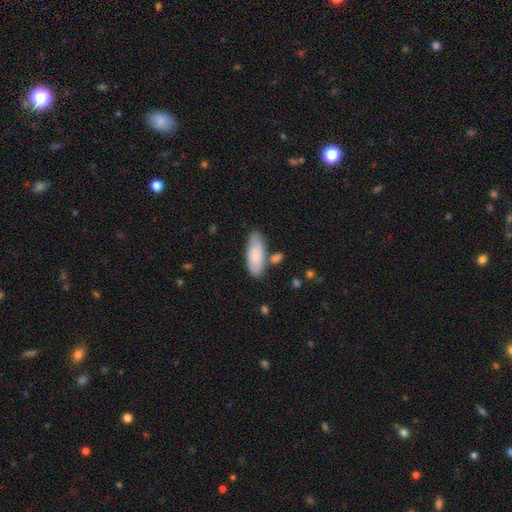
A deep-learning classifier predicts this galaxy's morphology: Smooth or featured?
  - smooth: 76% *
  - featured or disk: 18%
  - star or artifact: 6%
How rounded?
  - in between: 79% *
  - cigar-shaped: 19%
  - round: 2%
Merging?
  - none: 67% *
  - minor disturbance: 18%
  - merger: 11%
  - major disturbance: 4%